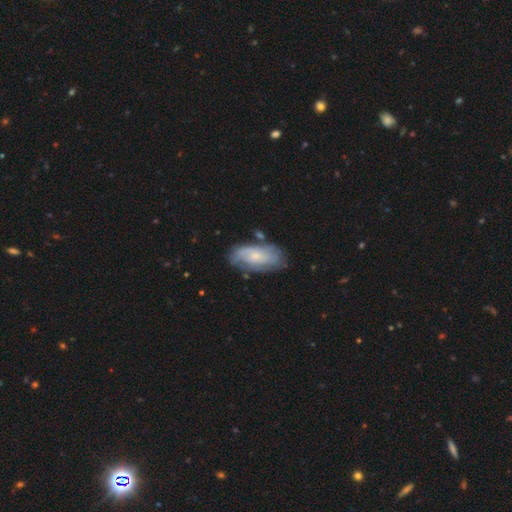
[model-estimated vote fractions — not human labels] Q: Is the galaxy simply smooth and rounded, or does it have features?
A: featured or disk — 59%.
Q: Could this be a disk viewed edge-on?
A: no — 93%.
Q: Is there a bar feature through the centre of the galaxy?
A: no — 74%.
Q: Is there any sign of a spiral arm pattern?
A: yes — 83%.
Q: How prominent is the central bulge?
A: small — 71%.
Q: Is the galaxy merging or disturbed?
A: none — 68%.